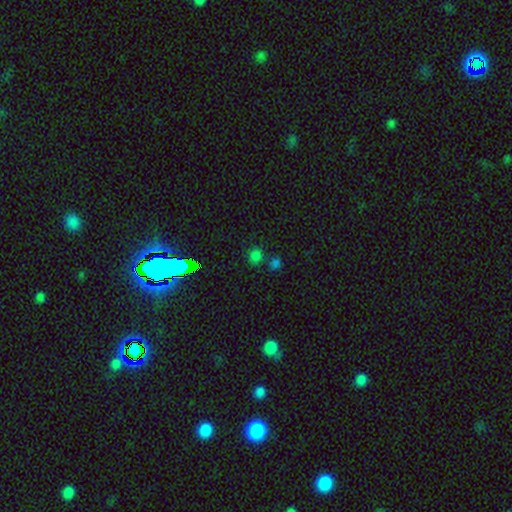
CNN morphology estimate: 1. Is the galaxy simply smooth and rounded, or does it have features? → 65% smooth, 30% star or artifact, 5% featured or disk.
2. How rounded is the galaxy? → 80% round, 18% in between, 1% cigar-shaped.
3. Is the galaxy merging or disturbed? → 66% none, 19% merger, 10% minor disturbance, 4% major disturbance.